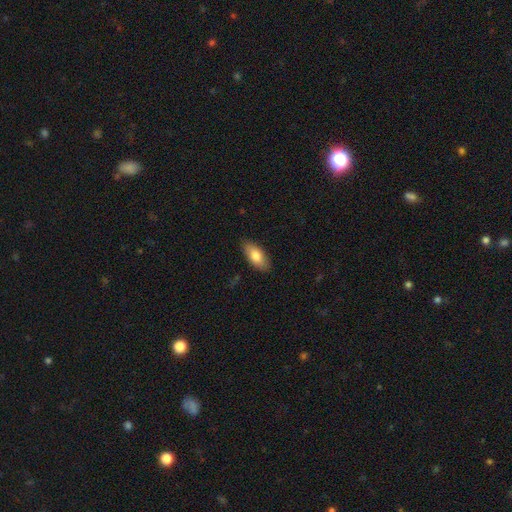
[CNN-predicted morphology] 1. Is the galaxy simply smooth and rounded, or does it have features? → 80% smooth, 14% featured or disk, 6% star or artifact.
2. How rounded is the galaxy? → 88% in between, 9% cigar-shaped, 3% round.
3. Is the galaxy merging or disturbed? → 86% none, 10% minor disturbance, 2% major disturbance, 1% merger.